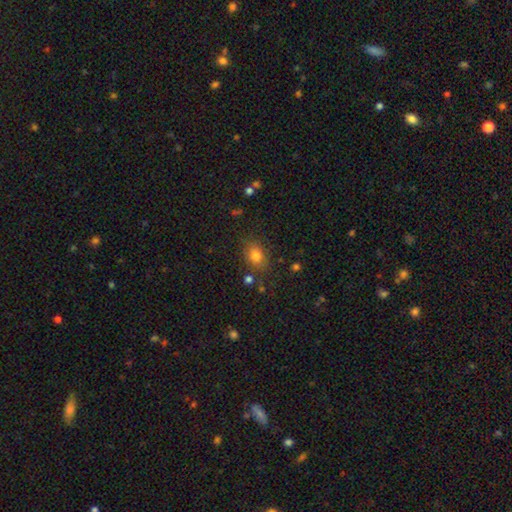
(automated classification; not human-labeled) Overall: smooth (79%). How rounded: in between (54%; round 44%). Merging: none (78%).